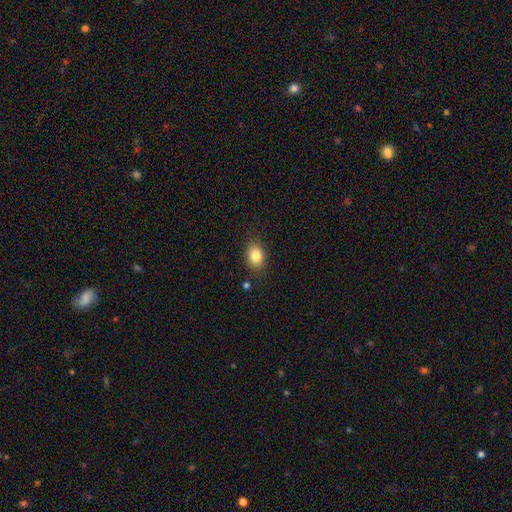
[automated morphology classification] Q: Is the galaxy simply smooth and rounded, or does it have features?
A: smooth — 83%.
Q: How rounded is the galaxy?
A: in between — 76%.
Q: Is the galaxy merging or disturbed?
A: none — 84%.